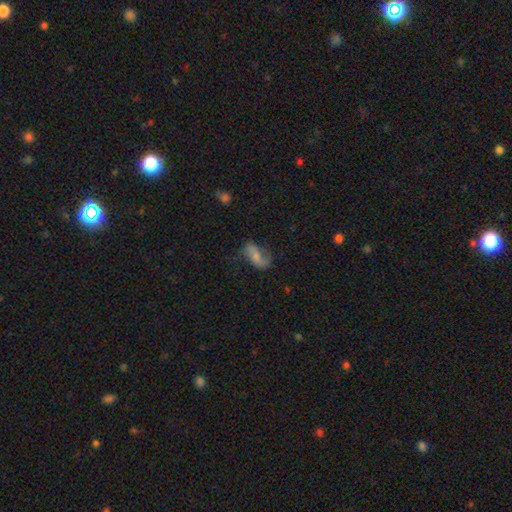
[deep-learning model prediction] Smooth or featured? Predicted: smooth (p=0.46). Merging? Predicted: none (p=0.52).